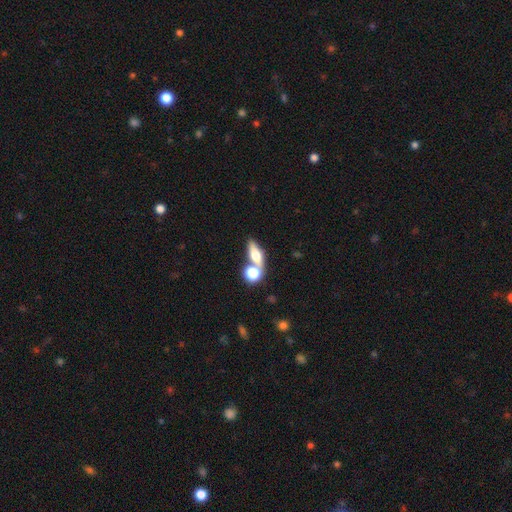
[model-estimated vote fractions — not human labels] Smooth or featured? smooth (57%)
How rounded? in between (53%)
Merging? none (50%)